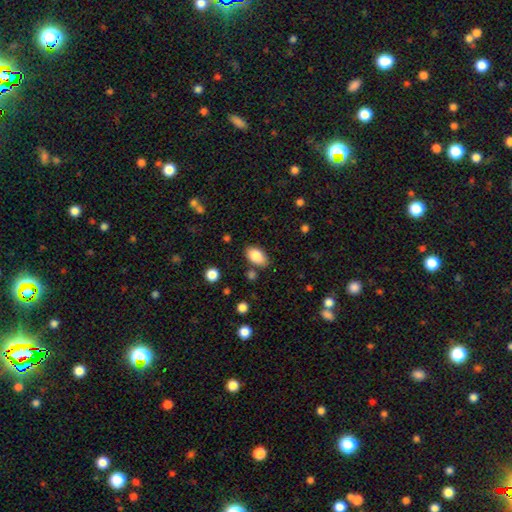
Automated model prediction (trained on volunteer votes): smooth_or_featured: smooth (p=0.86) [alt: star or artifact p=0.07]
how_rounded: in between (p=0.92) [alt: round p=0.06]
merging: none (p=0.81) [alt: minor disturbance p=0.12]